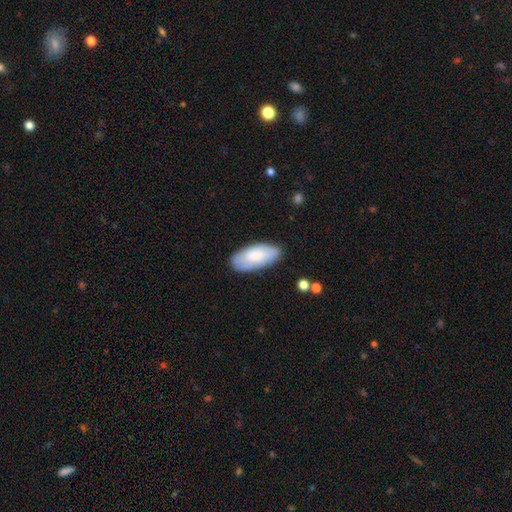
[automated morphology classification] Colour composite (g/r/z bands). It shows a smooth galaxy with no disk features (70%) that is in between round and cigar-shaped (91%). Merging: none (80%).